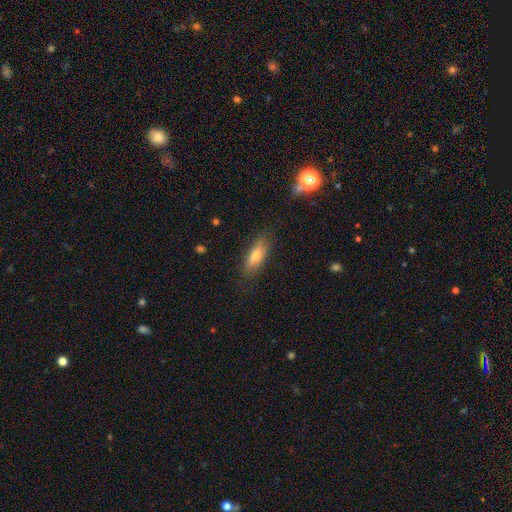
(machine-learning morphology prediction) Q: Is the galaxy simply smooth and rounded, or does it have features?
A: smooth — 70%.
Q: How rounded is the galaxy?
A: in between — 65%.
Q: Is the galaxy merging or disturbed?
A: none — 80%.